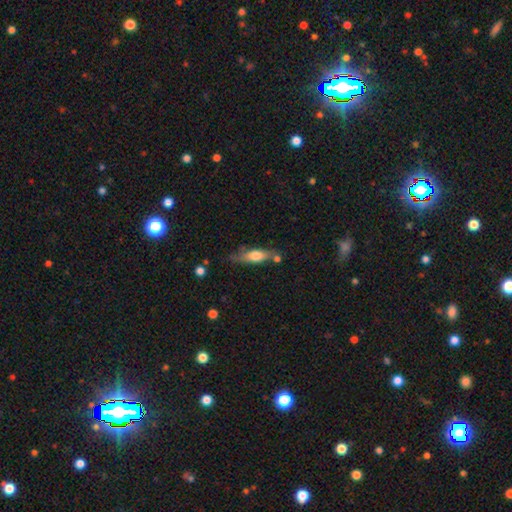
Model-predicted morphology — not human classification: Smooth or featured? Predicted: smooth (p=0.59). How rounded? Predicted: cigar-shaped (p=0.51). Merging? Predicted: none (p=0.58).